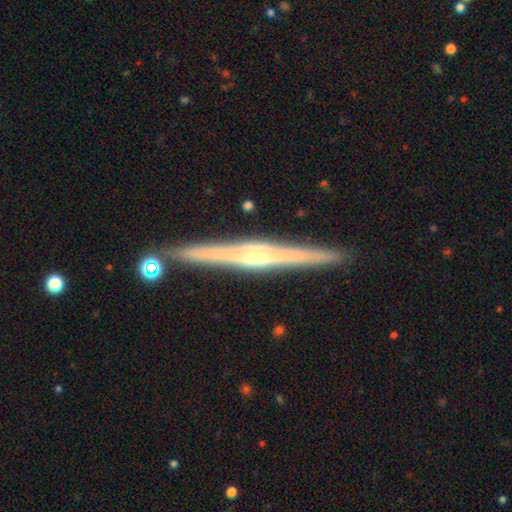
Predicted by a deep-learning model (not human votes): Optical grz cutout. It shows a featured or disk galaxy (84%) viewed edge-on (98%) with a rounded central bulge (63%). Merging: none (90%).